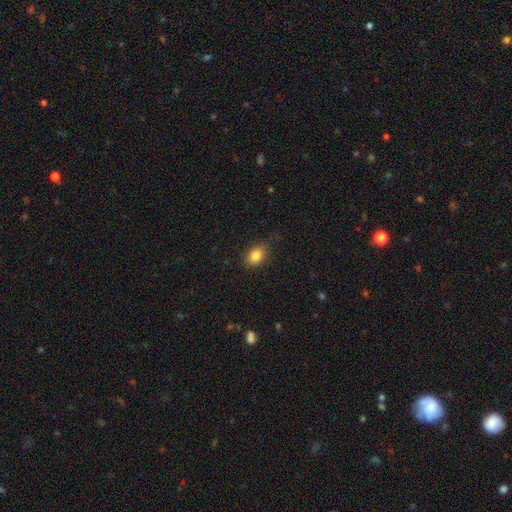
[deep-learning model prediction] Smooth or featured?
  - smooth: 85% *
  - star or artifact: 9%
  - featured or disk: 6%
How rounded?
  - in between: 73% *
  - round: 25%
  - cigar-shaped: 1%
Merging?
  - none: 77% *
  - minor disturbance: 18%
  - major disturbance: 4%
  - merger: 1%